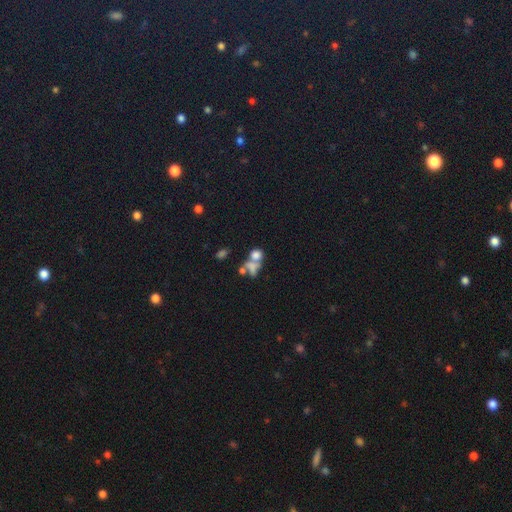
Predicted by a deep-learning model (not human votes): Smooth or featured: smooth — 63% (featured or disk — 22%)
How rounded: in between — 53% (round — 43%)
Merging: merger — 55% (none — 24%)